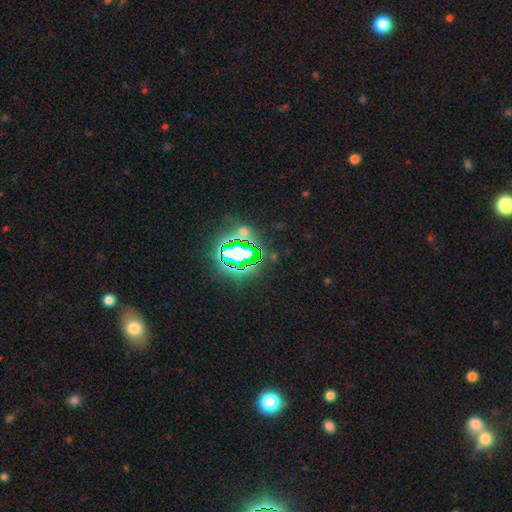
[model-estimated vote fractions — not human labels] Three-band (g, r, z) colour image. It shows a star or artifact, not a galaxy (79%).